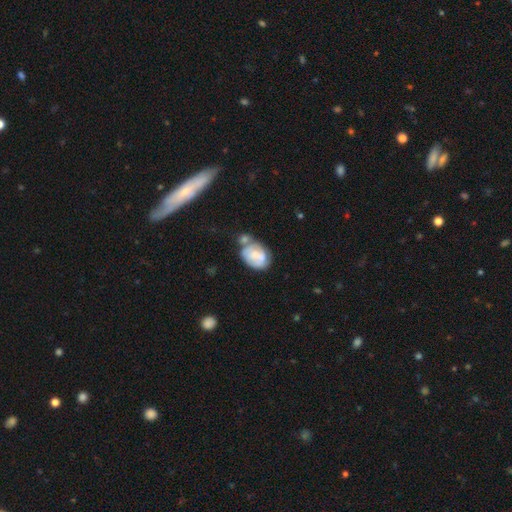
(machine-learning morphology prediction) The model was most divided on "merging": merger: 34%, none: 32%, minor disturbance: 23%, major disturbance: 11%. More confident: how rounded — in between (78%); smooth or featured — smooth (54%).